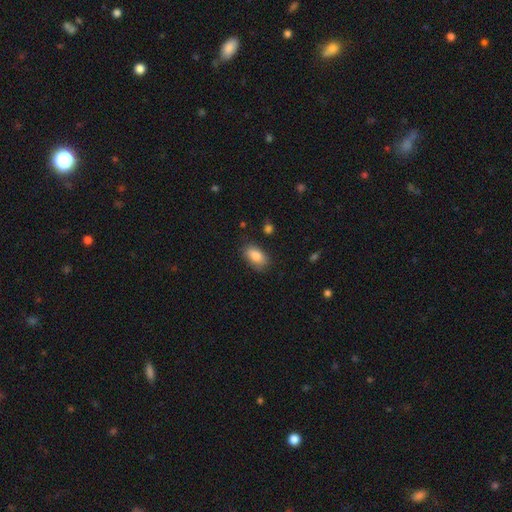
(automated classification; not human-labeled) Smooth or featured: smooth — 85% (featured or disk — 7%)
How rounded: in between — 91% (round — 6%)
Merging: none — 81% (minor disturbance — 14%)